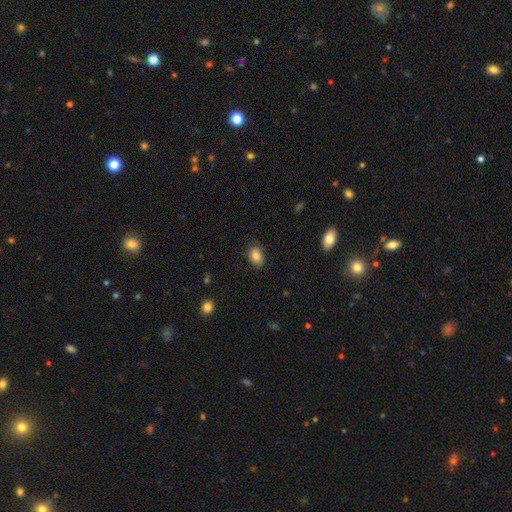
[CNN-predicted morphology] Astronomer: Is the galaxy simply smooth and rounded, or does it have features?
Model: smooth — 86%.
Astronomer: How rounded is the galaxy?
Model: in between — 78%.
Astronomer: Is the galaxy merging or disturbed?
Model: none — 82%.